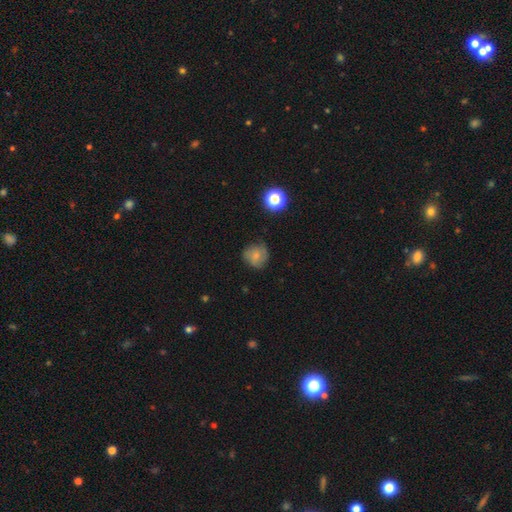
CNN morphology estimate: A smooth galaxy with no disk features (65%) that is round (85%). Merging: none (65%).